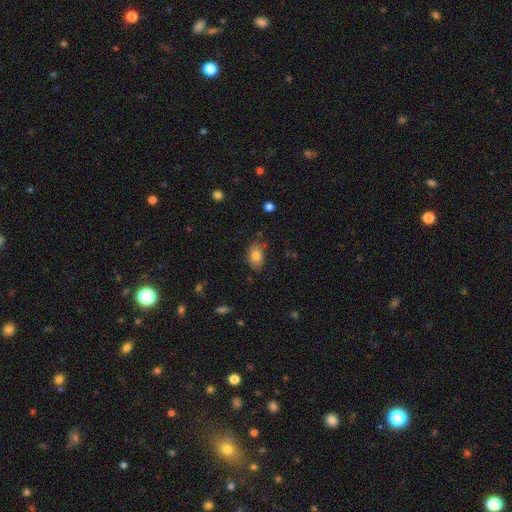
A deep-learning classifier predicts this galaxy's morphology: smooth_or_featured: smooth (p=0.81) [alt: featured or disk p=0.10]
how_rounded: in between (p=0.83) [alt: round p=0.16]
merging: none (p=0.73) [alt: minor disturbance p=0.21]